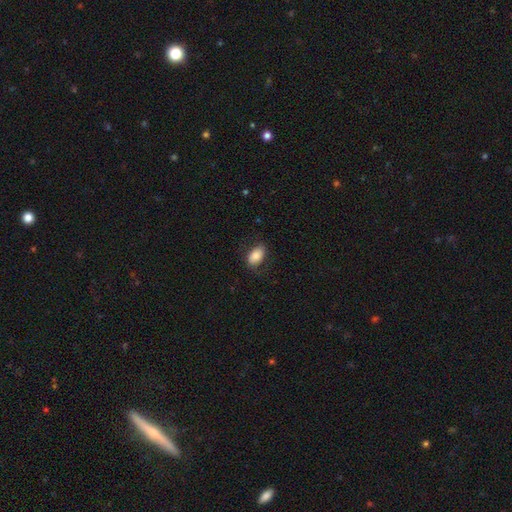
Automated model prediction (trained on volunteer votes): Overall: smooth (80%). How rounded: in between (91%). Merging: none (74%).